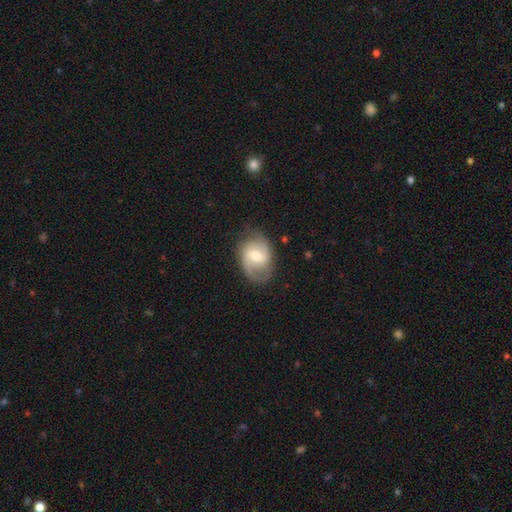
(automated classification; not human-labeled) smooth_or_featured: featured or disk (p=0.70) [alt: smooth p=0.24]
disk_edge_on: no (p=0.97) [alt: yes p=0.03]
bar: weak (p=0.56) [alt: no p=0.29]
has_spiral_arms: yes (p=0.90) [alt: no p=0.10]
spiral_winding: medium (p=0.50) [alt: loose p=0.29]
spiral_arm_count: 2 (p=0.82) [alt: can't tell p=0.08]
bulge_size: moderate (p=0.58) [alt: small p=0.28]
merging: none (p=0.70) [alt: minor disturbance p=0.20]